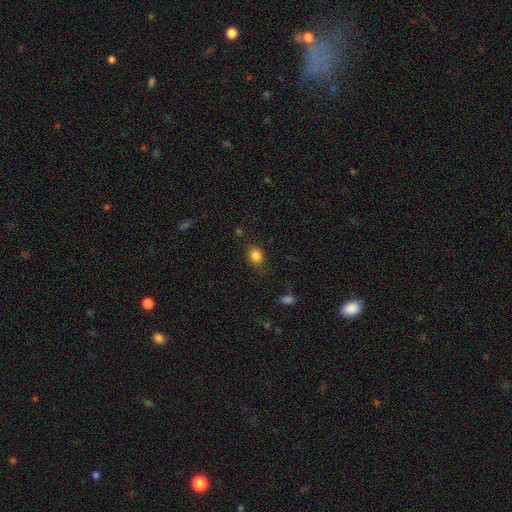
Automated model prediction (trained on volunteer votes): Overall: smooth (83%). How rounded: in between (50%; round 49%). Merging: none (80%).